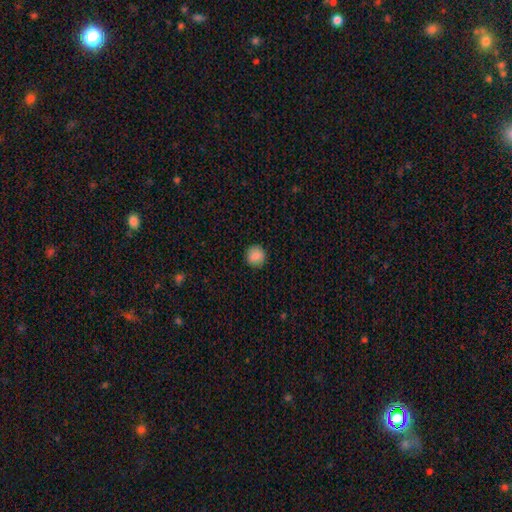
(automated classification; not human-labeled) Smooth or featured: smooth — 88% (star or artifact — 9%)
How rounded: round — 92% (in between — 7%)
Merging: none — 90% (minor disturbance — 7%)